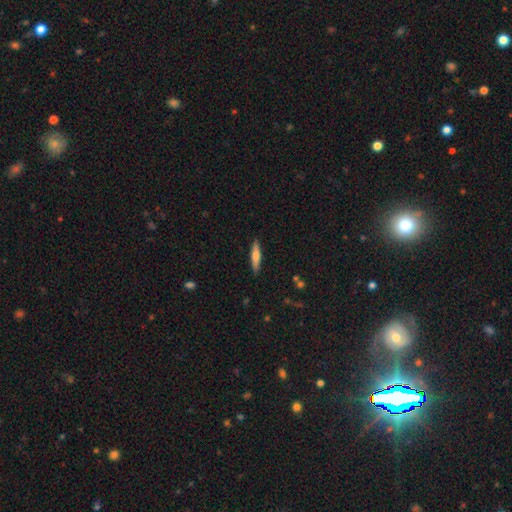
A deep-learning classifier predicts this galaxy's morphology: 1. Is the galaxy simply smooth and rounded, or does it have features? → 58% smooth, 35% featured or disk, 6% star or artifact.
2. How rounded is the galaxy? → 84% cigar-shaped, 14% in between, 2% round.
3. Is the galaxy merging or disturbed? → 89% none, 8% minor disturbance, 2% major disturbance, 1% merger.